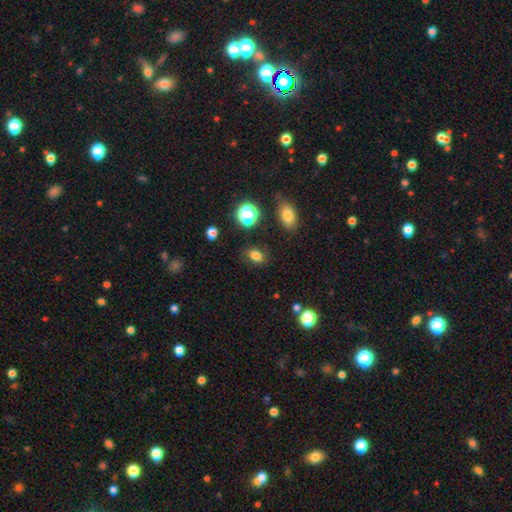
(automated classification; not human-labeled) smooth_or_featured: smooth (p=0.78) [alt: star or artifact p=0.15]
how_rounded: in between (p=0.70) [alt: round p=0.28]
merging: none (p=0.82) [alt: minor disturbance p=0.12]